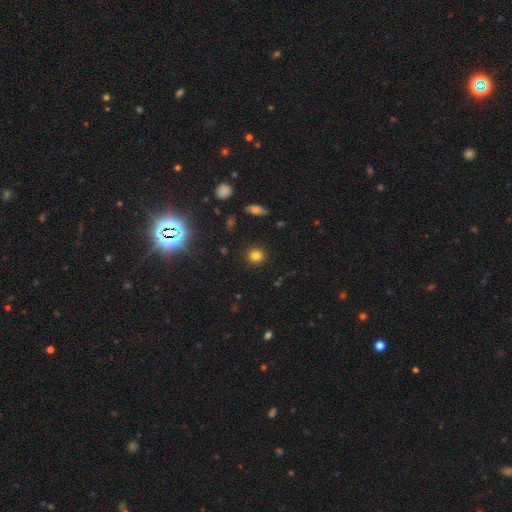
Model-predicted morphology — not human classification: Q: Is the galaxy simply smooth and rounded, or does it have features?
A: smooth — 80%.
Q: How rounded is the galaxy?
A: round — 89%.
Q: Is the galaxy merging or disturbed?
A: none — 90%.